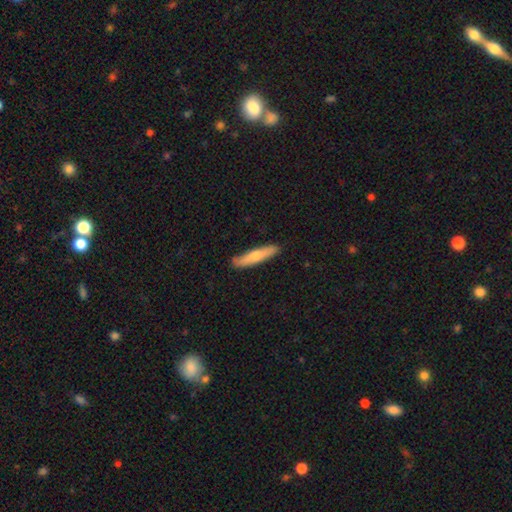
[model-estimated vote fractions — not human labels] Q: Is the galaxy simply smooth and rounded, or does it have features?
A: smooth — 61%.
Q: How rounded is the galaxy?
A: cigar-shaped — 88%.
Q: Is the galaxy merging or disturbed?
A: none — 88%.